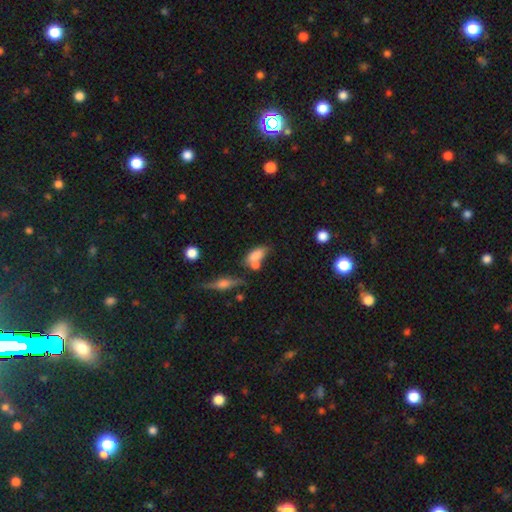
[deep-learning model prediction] The model was most divided on "merging": none: 41%, merger: 36%, minor disturbance: 16%, major disturbance: 7%. More confident: how rounded — in between (84%); smooth or featured — smooth (76%).